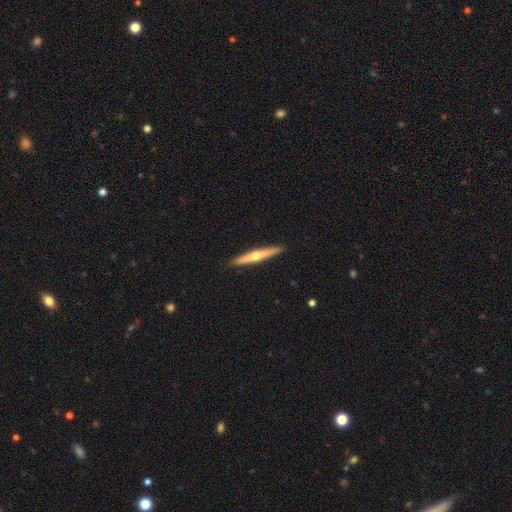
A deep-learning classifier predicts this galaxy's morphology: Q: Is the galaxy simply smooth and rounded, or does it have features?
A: featured or disk — 62%.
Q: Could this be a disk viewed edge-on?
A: yes — 96%.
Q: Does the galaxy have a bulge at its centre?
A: rounded — 91%.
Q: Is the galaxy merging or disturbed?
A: none — 91%.